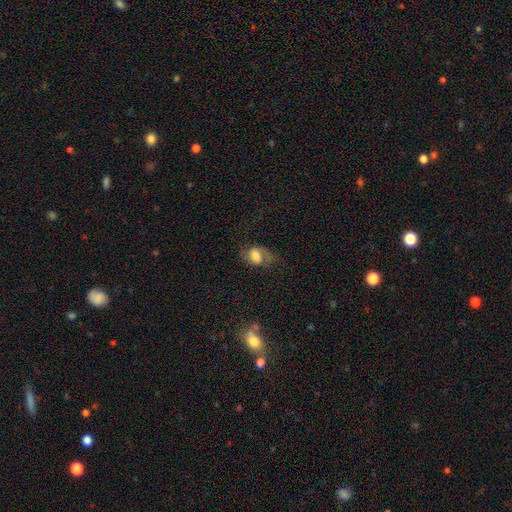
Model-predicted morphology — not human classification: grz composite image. It shows a smooth galaxy with no disk features (52%) that is in between round and cigar-shaped (78%). Merging: none (52%).